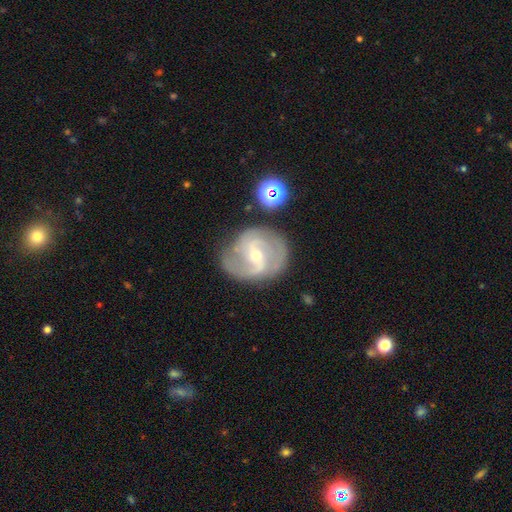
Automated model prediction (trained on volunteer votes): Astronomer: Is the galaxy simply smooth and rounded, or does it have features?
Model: featured or disk — 87%.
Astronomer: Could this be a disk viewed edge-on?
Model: no — 98%.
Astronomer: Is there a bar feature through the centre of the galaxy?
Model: weak — 48% (runner-up: no, 28%).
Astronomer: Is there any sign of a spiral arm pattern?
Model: yes — 96%.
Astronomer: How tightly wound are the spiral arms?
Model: medium — 53%.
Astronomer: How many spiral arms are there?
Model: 2 — 73%.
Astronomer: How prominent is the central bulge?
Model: small — 59% (runner-up: moderate, 38%).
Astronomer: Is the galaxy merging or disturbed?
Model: none — 69%.